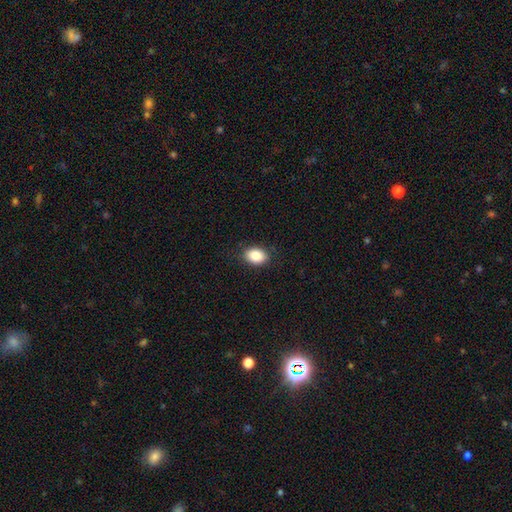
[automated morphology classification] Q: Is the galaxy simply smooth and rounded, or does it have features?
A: smooth — 86%.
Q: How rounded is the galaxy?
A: in between — 81%.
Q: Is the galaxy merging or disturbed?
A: none — 86%.